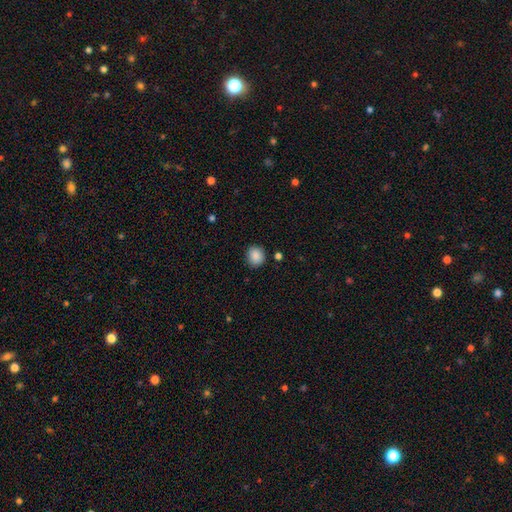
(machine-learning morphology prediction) A smooth galaxy with no disk features (88%) that is round (79%).

Vote fractions:
- Smooth or featured? smooth: 88% / star or artifact: 9% / featured or disk: 3%
- How rounded? round: 79% / in between: 20% / cigar-shaped: 1%
- Merging? none: 87% / minor disturbance: 9% / major disturbance: 2% / merger: 2%